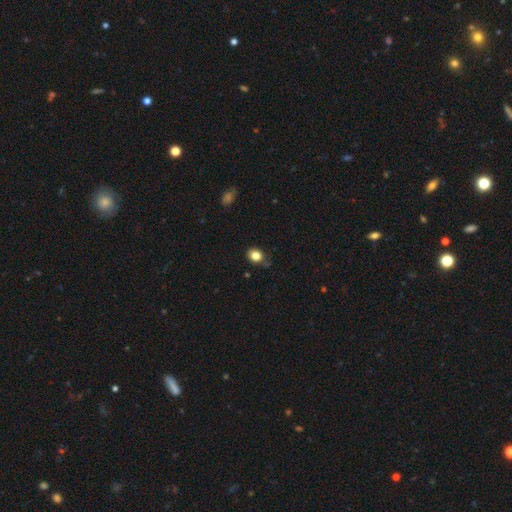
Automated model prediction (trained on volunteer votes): smooth-or-featured: smooth: 83% | star or artifact: 11% | featured or disk: 6%
  how-rounded: round: 62% | in between: 37% | cigar-shaped: 1%
  merging: none: 79% | minor disturbance: 16% | major disturbance: 3% | merger: 3%